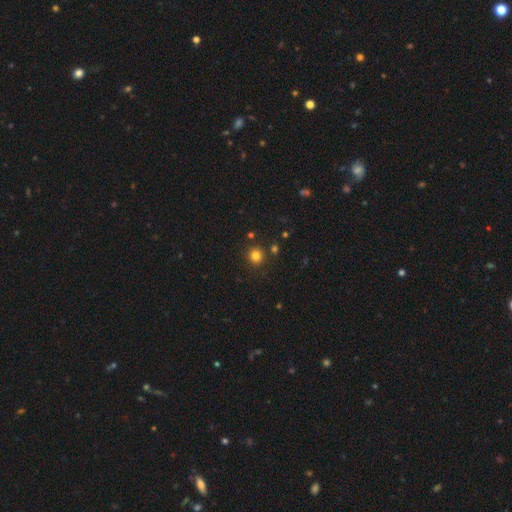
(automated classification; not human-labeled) Smooth or featured: smooth — 80% (star or artifact — 15%)
How rounded: round — 91% (in between — 8%)
Merging: none — 87% (minor disturbance — 7%)